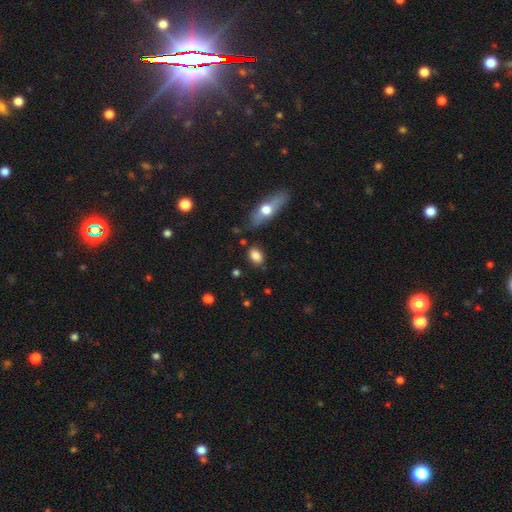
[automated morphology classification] Q: Smooth or featured?
A: smooth (83%); runner-up: featured or disk (9%)
Q: How rounded?
A: in between (80%); runner-up: round (17%)
Q: Merging?
A: none (79%); runner-up: minor disturbance (14%)